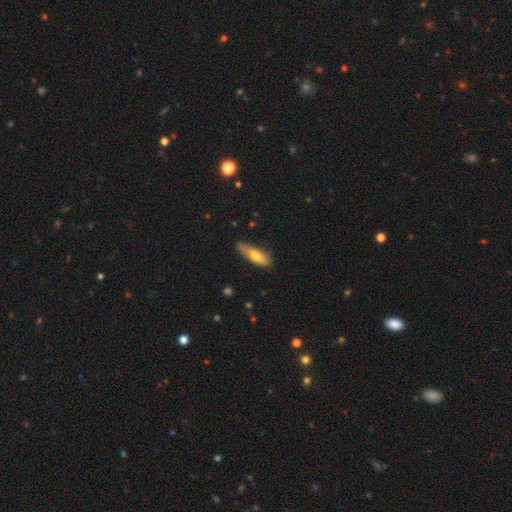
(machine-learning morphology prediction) smooth-or-featured: smooth: 71% | featured or disk: 23% | star or artifact: 6%
  how-rounded: cigar-shaped: 57% | in between: 42% | round: 2%
  merging: none: 71% | minor disturbance: 23% | major disturbance: 4% | merger: 2%